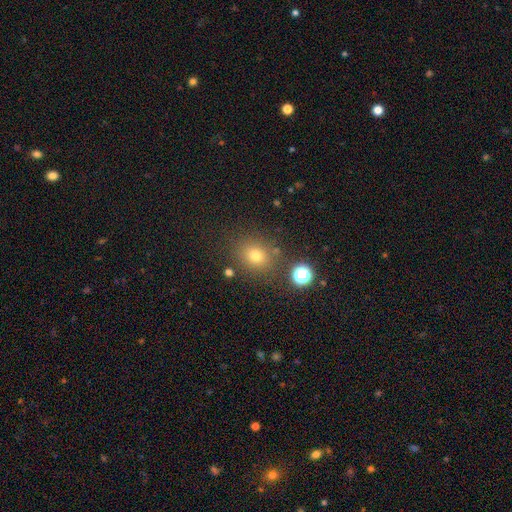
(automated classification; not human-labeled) Smooth or featured? smooth (71%)
How rounded? round (72%)
Merging? none (80%)